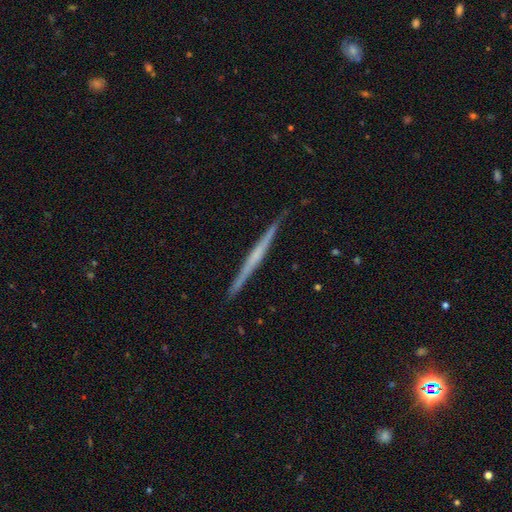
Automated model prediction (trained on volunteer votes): smooth_or_featured: featured or disk (p=0.68) [alt: smooth p=0.26]
disk_edge_on: yes (p=0.98) [alt: no p=0.02]
edge_on_bulge: none (p=0.70) [alt: rounded p=0.22]
merging: none (p=0.91) [alt: minor disturbance p=0.06]